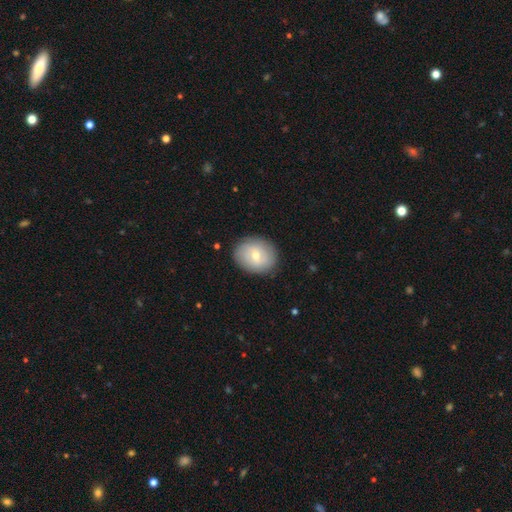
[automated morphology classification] A smooth galaxy with no disk features (58%) that is round (59%).

Vote fractions:
- Smooth or featured? smooth: 58% / featured or disk: 35% / star or artifact: 7%
- How rounded? round: 59% / in between: 40% / cigar-shaped: 1%
- Merging? none: 86% / minor disturbance: 10% / major disturbance: 3% / merger: 1%